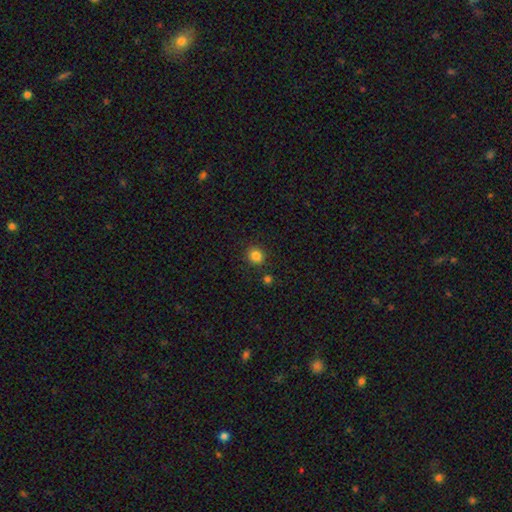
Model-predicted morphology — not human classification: type=smooth (84%); roundness=round (88%); merging=none (87%).